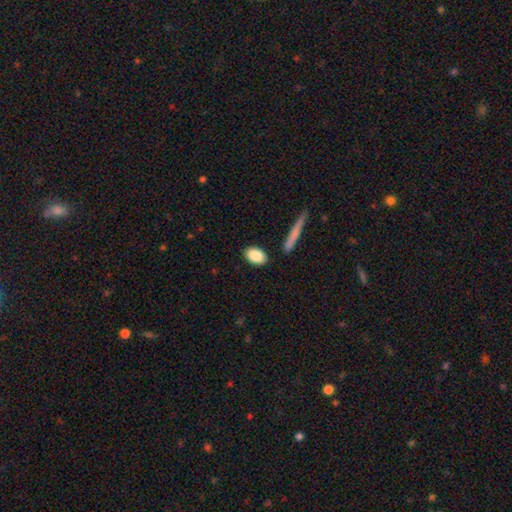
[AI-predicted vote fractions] smooth_or_featured: smooth (p=0.87) [alt: featured or disk p=0.07]
how_rounded: in between (p=0.89) [alt: round p=0.08]
merging: none (p=0.86) [alt: minor disturbance p=0.08]